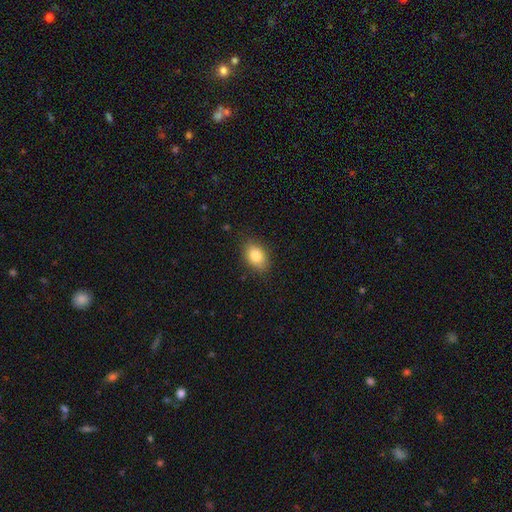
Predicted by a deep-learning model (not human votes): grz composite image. It shows a smooth galaxy with no disk features (82%) that is in between round and cigar-shaped (82%). Merging: none (85%).